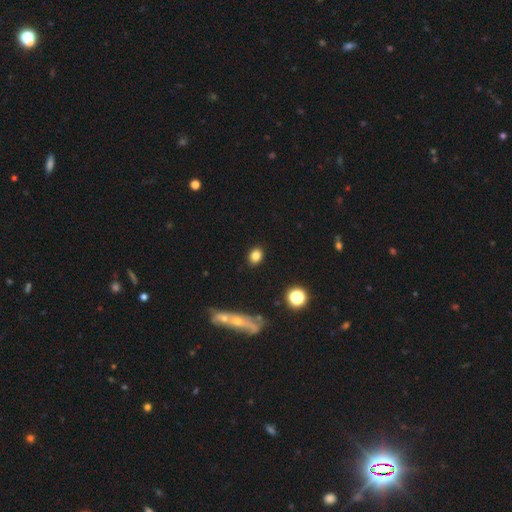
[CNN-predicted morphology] Smooth or featured?
  - smooth: 82% *
  - star or artifact: 11%
  - featured or disk: 6%
How rounded?
  - in between: 52% *
  - round: 46%
  - cigar-shaped: 2%
Merging?
  - none: 88% *
  - minor disturbance: 8%
  - major disturbance: 2%
  - merger: 2%